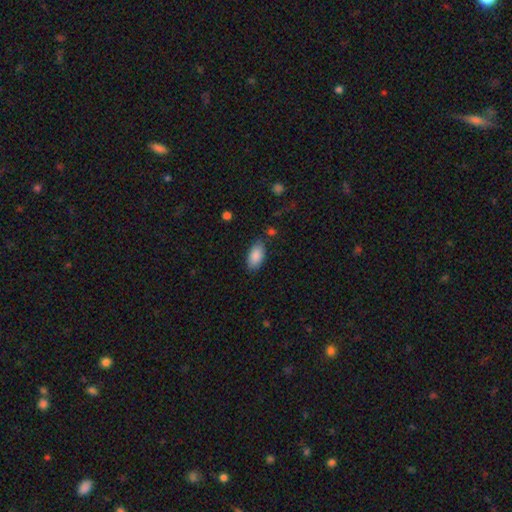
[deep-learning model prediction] Smooth or featured? smooth (88%)
How rounded? in between (93%)
Merging? none (81%)